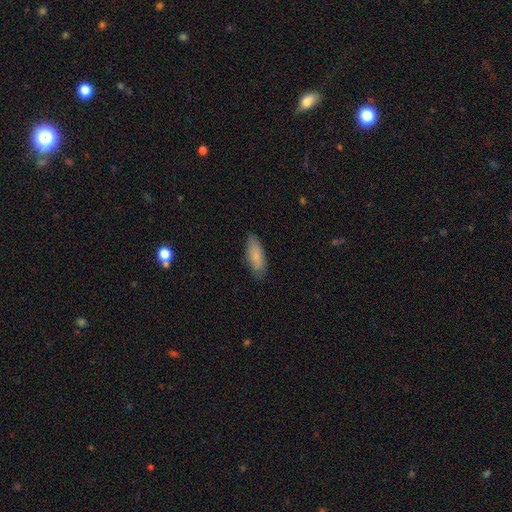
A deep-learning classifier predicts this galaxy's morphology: Smooth or featured?
  - smooth: 83% *
  - featured or disk: 11%
  - star or artifact: 6%
How rounded?
  - in between: 69% *
  - cigar-shaped: 30%
  - round: 2%
Merging?
  - none: 85% *
  - minor disturbance: 12%
  - major disturbance: 2%
  - merger: 1%